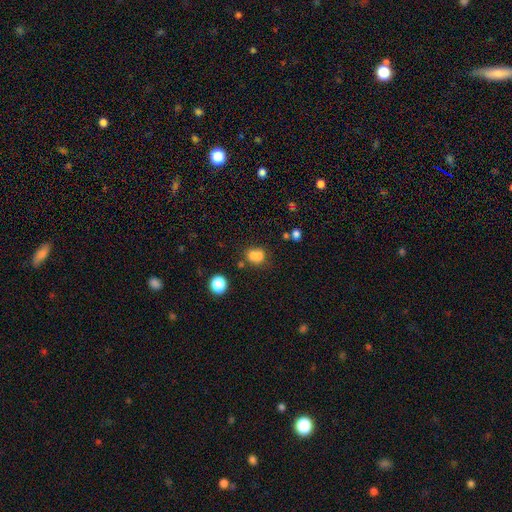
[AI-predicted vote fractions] smooth 74%, star or artifact 14%, featured or disk 12%. Down the decision tree: how rounded — round (62%); merging — merger (43%).